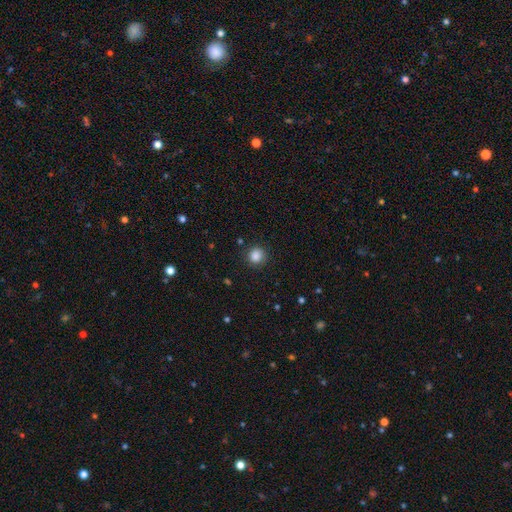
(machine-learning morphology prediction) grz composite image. It shows a smooth galaxy with no disk features (86%) that is round (92%). Merging: none (88%).